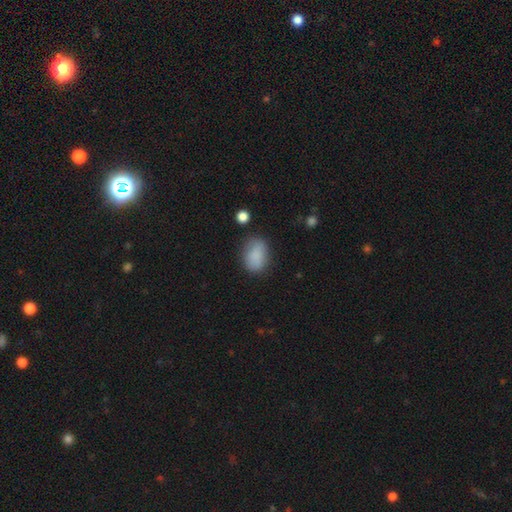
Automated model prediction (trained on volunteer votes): Morphology: type=smooth (84%); roundness=in between (79%); merging=none (67%).